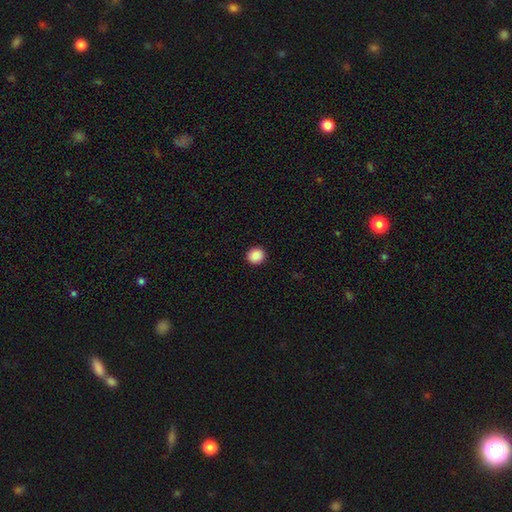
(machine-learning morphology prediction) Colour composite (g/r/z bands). It shows a smooth galaxy with no disk features (89%) that is round (88%). Merging: none (93%).